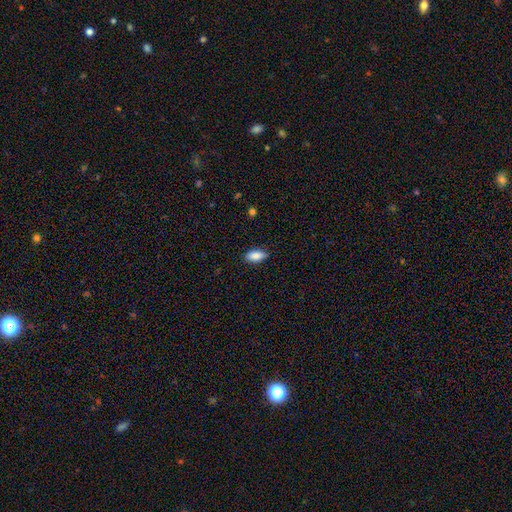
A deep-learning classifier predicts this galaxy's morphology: smooth-or-featured: smooth: 87% | star or artifact: 7% | featured or disk: 6%
  how-rounded: in between: 90% | cigar-shaped: 7% | round: 3%
  merging: none: 83% | minor disturbance: 14% | major disturbance: 2% | merger: 1%